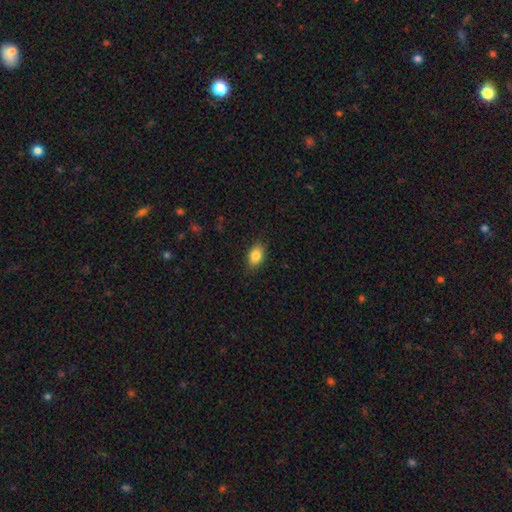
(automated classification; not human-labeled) This appears to be a smooth galaxy with no disk features (85%) that is in between round and cigar-shaped (88%). Merging: none (87%).